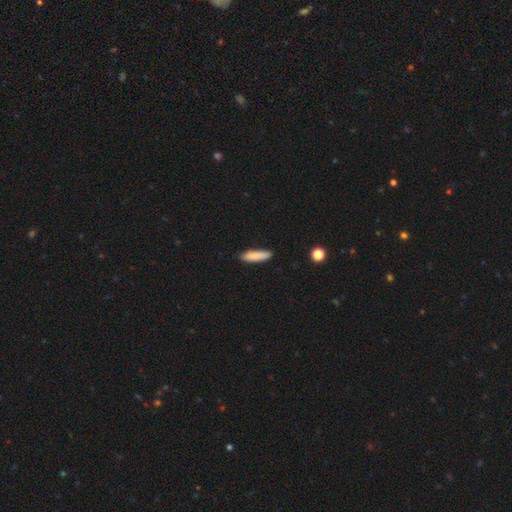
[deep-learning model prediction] Smooth or featured: smooth — 84% (featured or disk — 10%)
How rounded: cigar-shaped — 72% (in between — 26%)
Merging: none — 85% (minor disturbance — 12%)